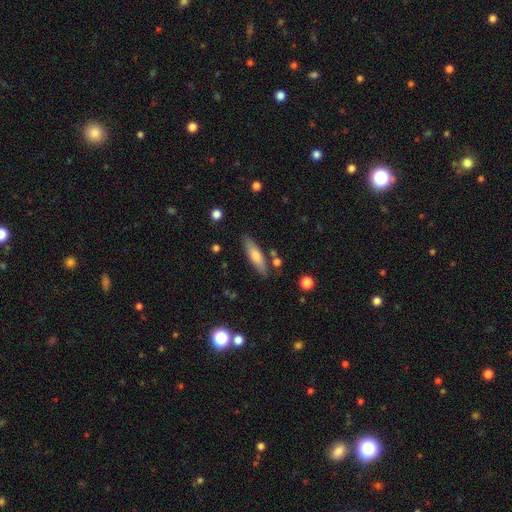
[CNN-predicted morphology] Smooth or featured? smooth (63%)
How rounded? cigar-shaped (72%)
Merging? none (81%)